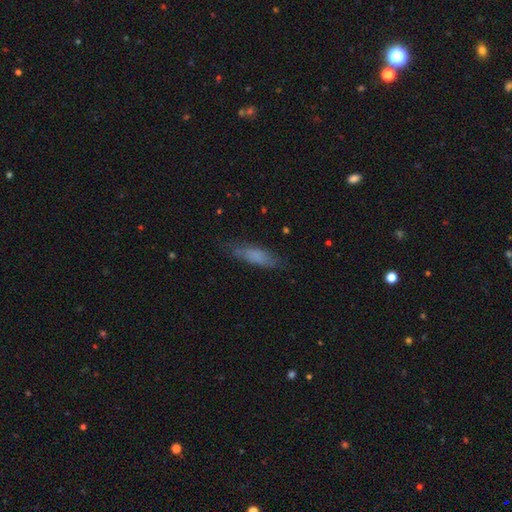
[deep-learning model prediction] smooth 72%, featured or disk 20%, star or artifact 8%. Down the decision tree: how rounded — cigar-shaped (62%); merging — none (74%).